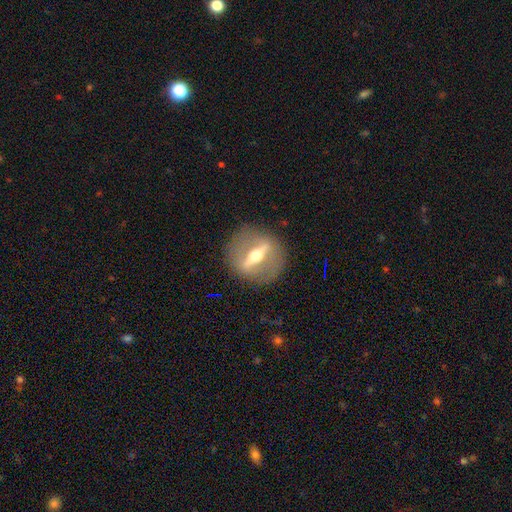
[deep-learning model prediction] smooth_or_featured: featured or disk (p=0.82) [alt: smooth p=0.12]
disk_edge_on: yes (p=0.61) [alt: no p=0.39]
edge_on_bulge: rounded (p=0.95) [alt: boxy p=0.03]
merging: none (p=0.87) [alt: minor disturbance p=0.07]